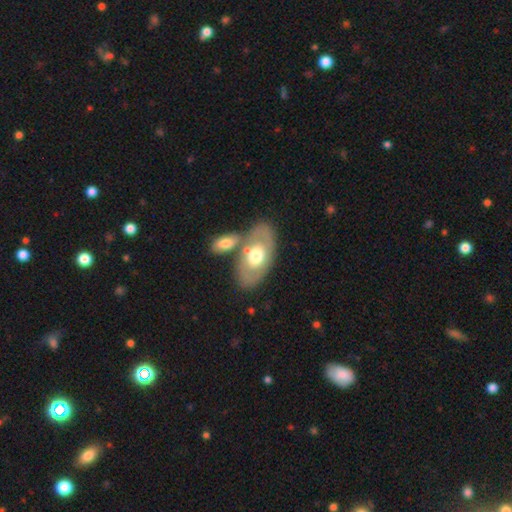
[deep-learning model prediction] Smooth or featured? featured or disk (51%)
Edge-on disk? no (88%)
Merging? none (56%)